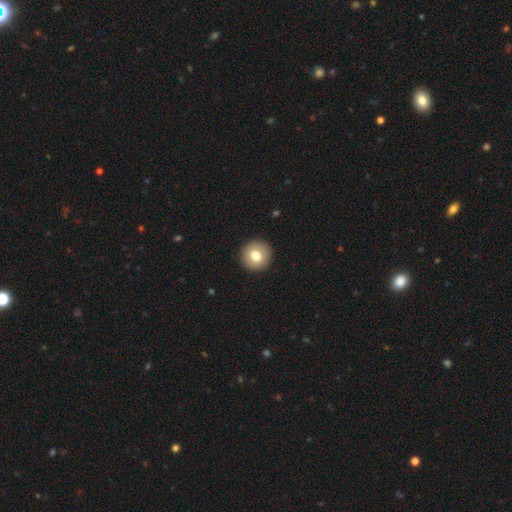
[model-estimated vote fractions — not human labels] Smooth or featured: smooth — 77% (featured or disk — 14%)
How rounded: round — 95% (in between — 4%)
Merging: none — 93% (minor disturbance — 5%)